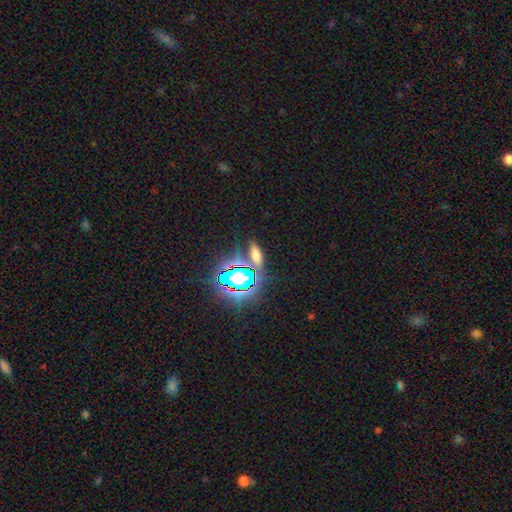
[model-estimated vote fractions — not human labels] Smooth or featured: smooth — 48% (star or artifact — 36%)
Merging: none — 73% (minor disturbance — 12%)